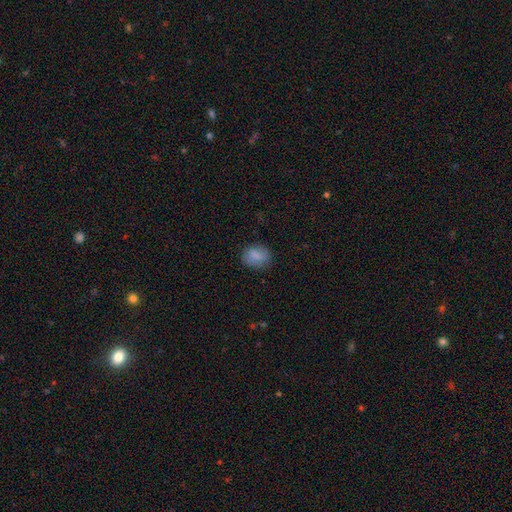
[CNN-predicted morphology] Smooth or featured? Predicted: smooth (p=0.82). How rounded? Predicted: in between (p=0.52). Merging? Predicted: none (p=0.80).